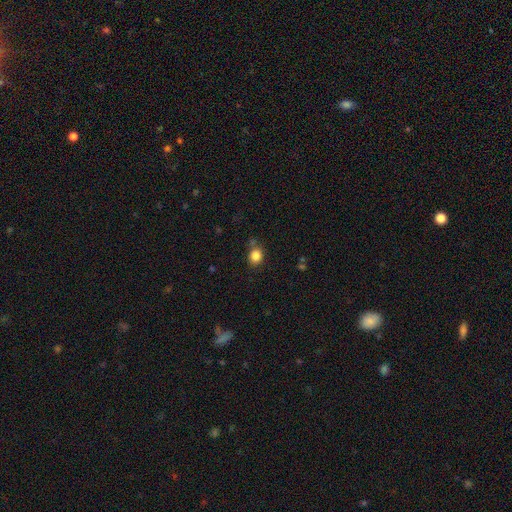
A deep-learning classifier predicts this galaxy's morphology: This is clearly a smooth galaxy (84%). How rounded: likely round (69%). Merging: likely none (73%).